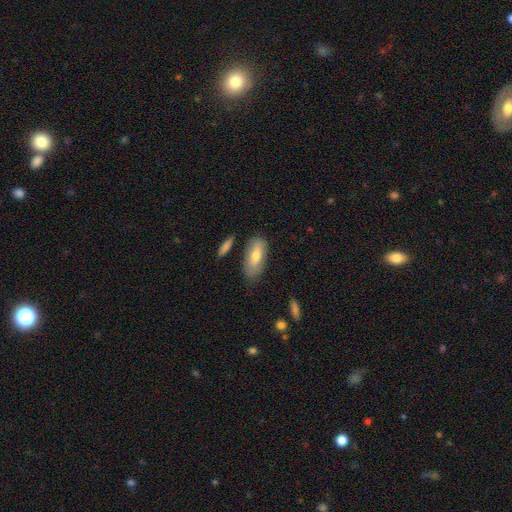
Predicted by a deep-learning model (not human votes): The model was most divided on "smooth or featured": smooth: 69%, featured or disk: 24%, star or artifact: 6%. More confident: how rounded — in between (84%); merging — none (70%).